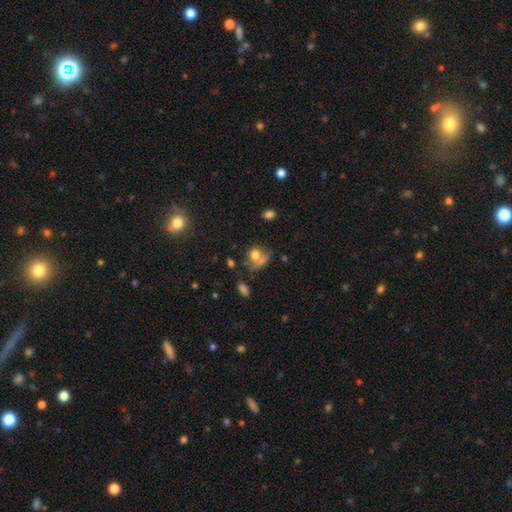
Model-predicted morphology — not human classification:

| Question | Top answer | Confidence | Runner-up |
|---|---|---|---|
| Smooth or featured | smooth | 72% | featured or disk (16%) |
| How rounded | round | 62% | in between (36%) |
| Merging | none | 39% | merger (27%) |